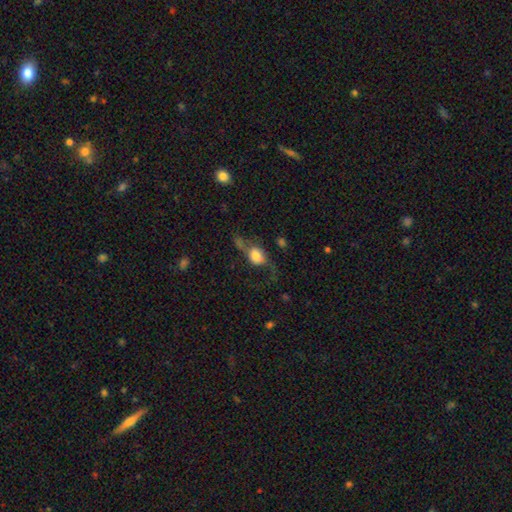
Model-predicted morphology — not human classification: Smooth or featured? smooth (50%)
Merging? none (40%)